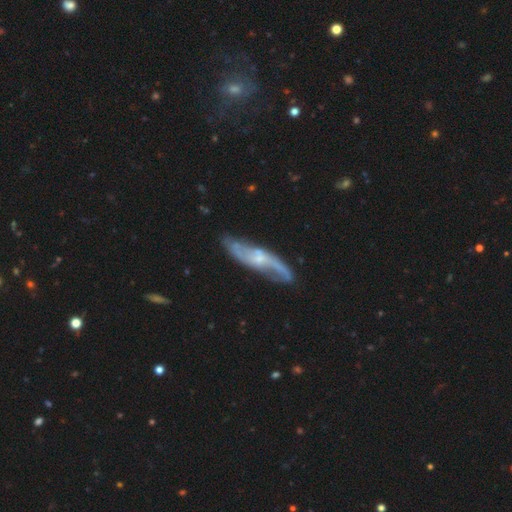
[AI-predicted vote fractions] Morphology: type=featured or disk (82%); edge-on=no (77%); bar=no (53%); spiral arms=yes (95%); winding=loose (51%); arm count=2 (88%); bulge=small (46%); merging=none (79%).